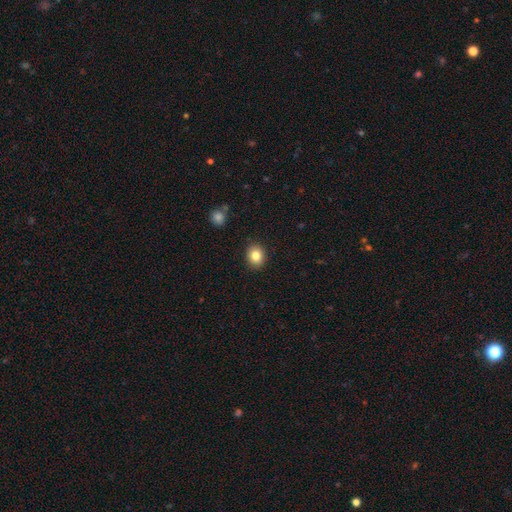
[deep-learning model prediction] smooth_or_featured: smooth (p=0.84) [alt: star or artifact p=0.09]
how_rounded: round (p=0.62) [alt: in between p=0.37]
merging: none (p=0.90) [alt: minor disturbance p=0.07]